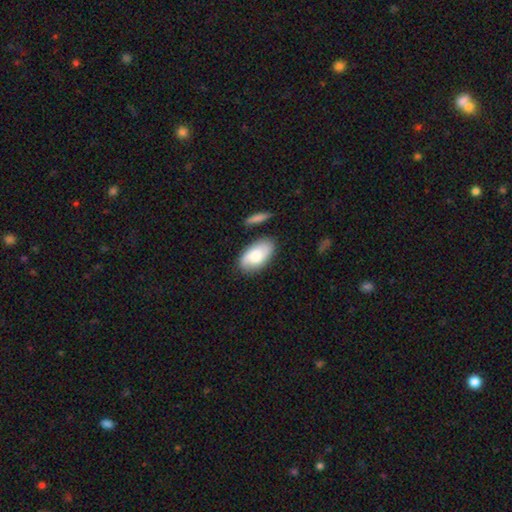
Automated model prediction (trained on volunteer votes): Morphology: type=smooth (63%); roundness=in between (93%); merging=none (75%).